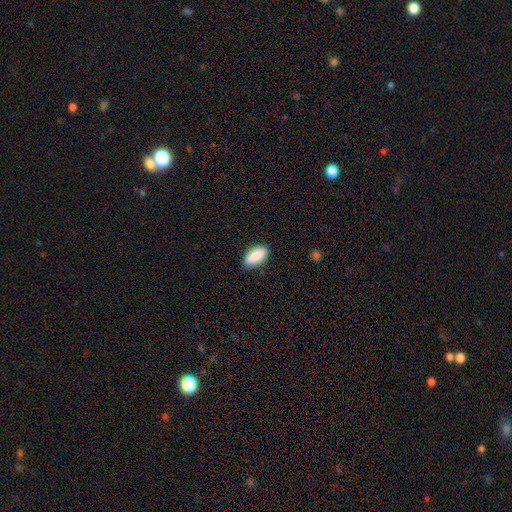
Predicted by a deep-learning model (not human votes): A smooth galaxy with no disk features (85%) that is in between round and cigar-shaped (90%). Merging: none (83%).